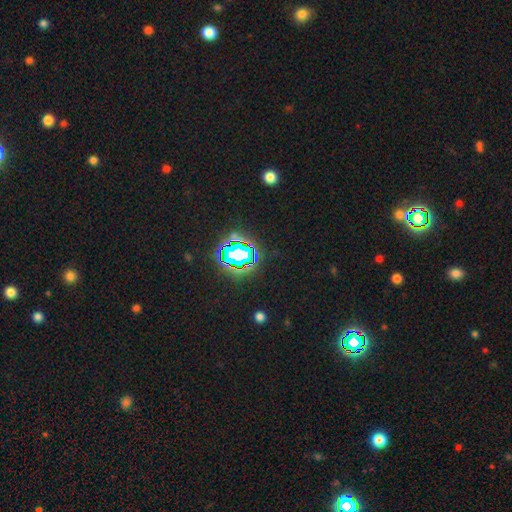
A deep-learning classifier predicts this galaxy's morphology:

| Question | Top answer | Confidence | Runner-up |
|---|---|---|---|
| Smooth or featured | star or artifact | 78% | smooth (14%) |